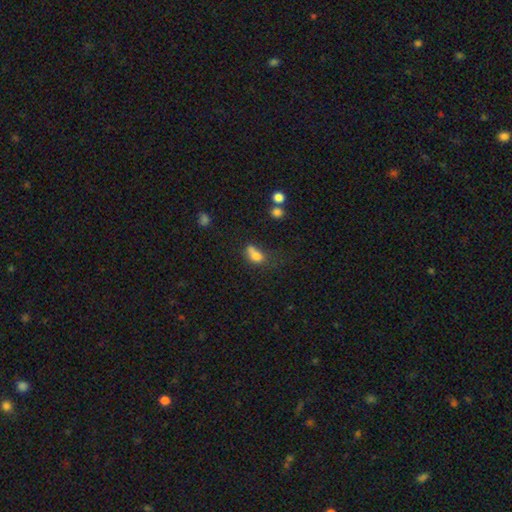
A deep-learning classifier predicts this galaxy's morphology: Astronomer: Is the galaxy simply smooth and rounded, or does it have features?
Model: smooth — 74%.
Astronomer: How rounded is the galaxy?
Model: in between — 68%.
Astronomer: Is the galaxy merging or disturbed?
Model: merger — 31% (runner-up: none, 28%).